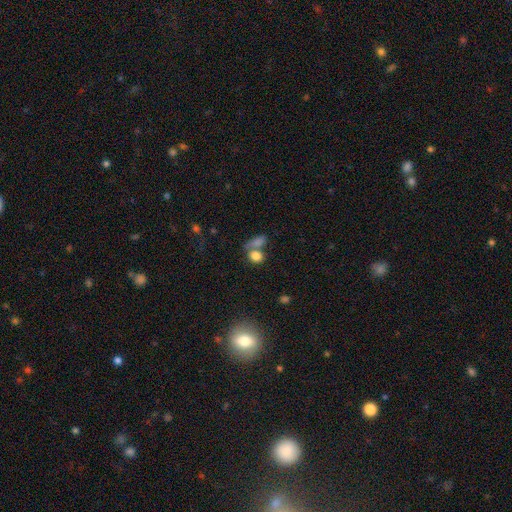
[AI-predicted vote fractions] smooth-or-featured: smooth: 80% | star or artifact: 11% | featured or disk: 9%
  how-rounded: in between: 60% | round: 38% | cigar-shaped: 2%
  merging: merger: 44% | none: 39% | minor disturbance: 10% | major disturbance: 6%